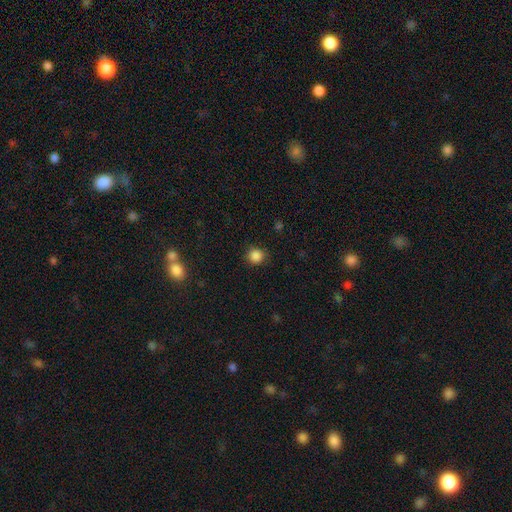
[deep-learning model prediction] A smooth galaxy with no disk features (85%) that is round (90%).

Vote fractions:
- Smooth or featured? smooth: 85% / star or artifact: 11% / featured or disk: 3%
- How rounded? round: 90% / in between: 9% / cigar-shaped: 1%
- Merging? none: 86% / minor disturbance: 10% / major disturbance: 3% / merger: 1%